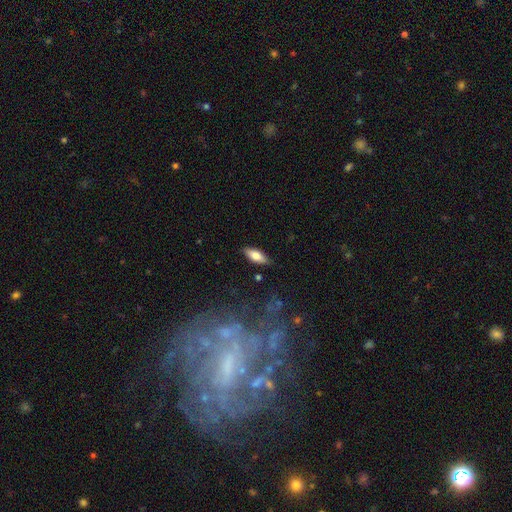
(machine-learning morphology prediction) Overall: smooth (73%). How rounded: in between (72%). Merging: none (86%).